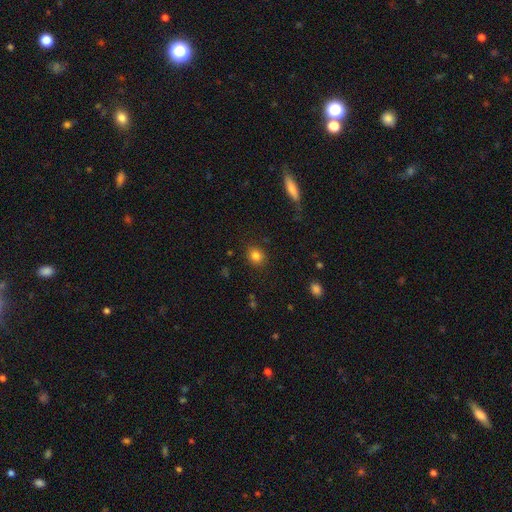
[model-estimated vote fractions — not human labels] A smooth galaxy with no disk features (83%) that is round (75%). Merging: none (87%).